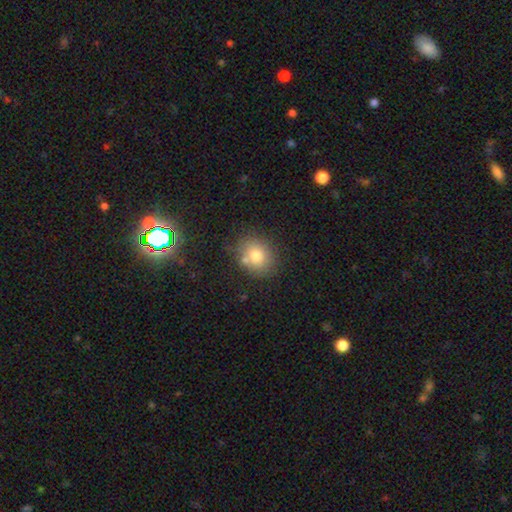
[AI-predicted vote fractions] Smooth or featured? Predicted: smooth (p=0.76). How rounded? Predicted: round (p=0.63). Merging? Predicted: none (p=0.72).